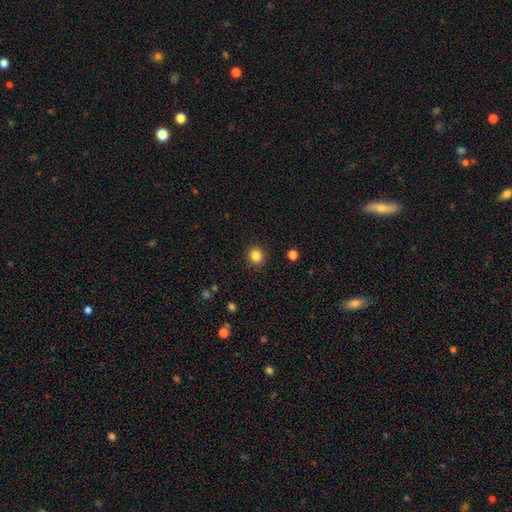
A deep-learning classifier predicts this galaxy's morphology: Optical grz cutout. It shows a smooth galaxy with no disk features (85%) that is round (90%). Merging: none (91%).